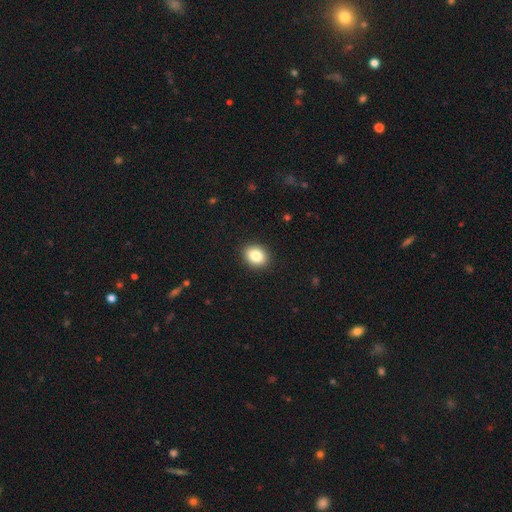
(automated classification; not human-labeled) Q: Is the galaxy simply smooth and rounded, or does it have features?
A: smooth — 84%.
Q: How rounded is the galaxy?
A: in between — 50%.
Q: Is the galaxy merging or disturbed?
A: none — 91%.